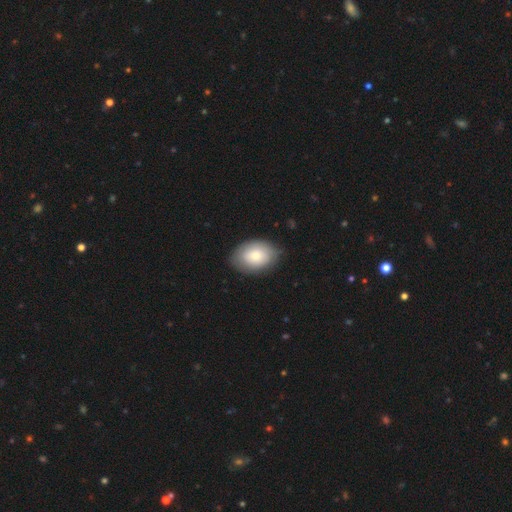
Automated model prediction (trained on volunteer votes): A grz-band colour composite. It shows a smooth galaxy with no disk features (73%) that is in between round and cigar-shaped (83%). Merging: none (79%).